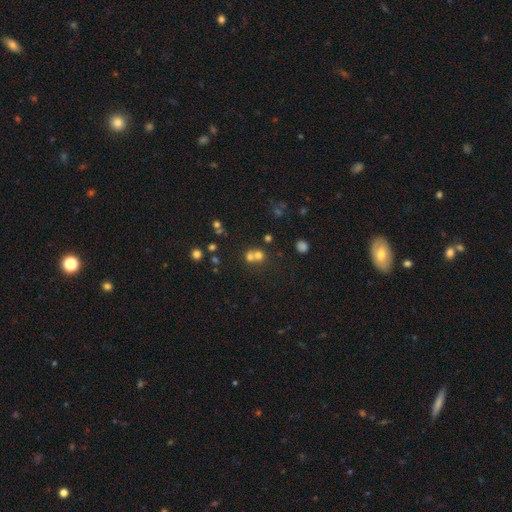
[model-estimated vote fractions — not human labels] Q: Smooth or featured?
A: smooth (63%); runner-up: star or artifact (21%)
Q: How rounded?
A: round (83%); runner-up: in between (16%)
Q: Merging?
A: merger (55%); runner-up: none (37%)